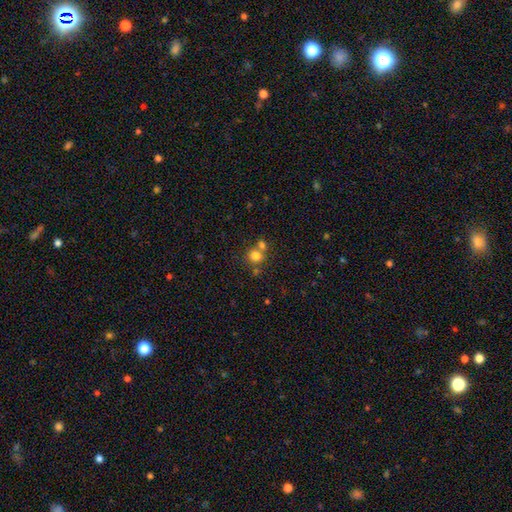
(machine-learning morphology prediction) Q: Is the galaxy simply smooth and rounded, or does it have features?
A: smooth — 76%.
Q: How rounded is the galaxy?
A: round — 83%.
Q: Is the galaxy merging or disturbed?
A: none — 51%.